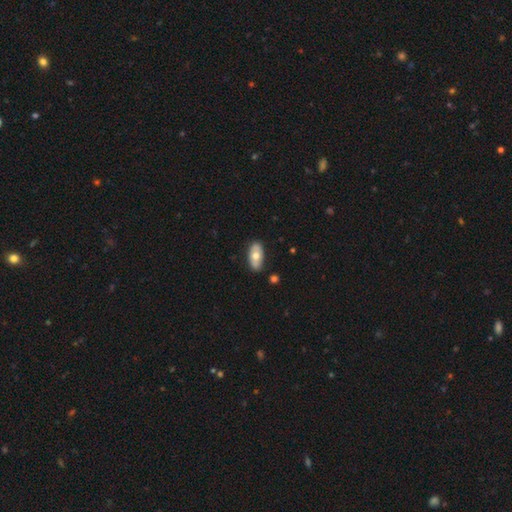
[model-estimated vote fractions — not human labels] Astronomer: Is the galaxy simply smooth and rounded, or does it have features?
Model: smooth — 63%.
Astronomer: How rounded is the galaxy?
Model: in between — 91%.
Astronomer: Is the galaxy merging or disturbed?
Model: none — 82%.